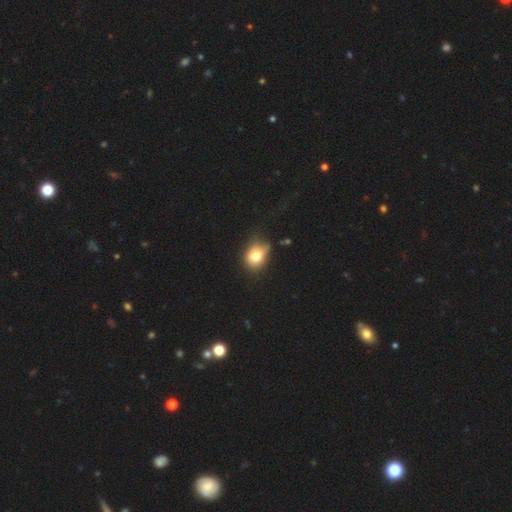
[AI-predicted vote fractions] Q: Smooth or featured?
A: smooth (76%); runner-up: featured or disk (13%)
Q: How rounded?
A: round (52%); runner-up: in between (46%)
Q: Merging?
A: none (47%); runner-up: minor disturbance (35%)